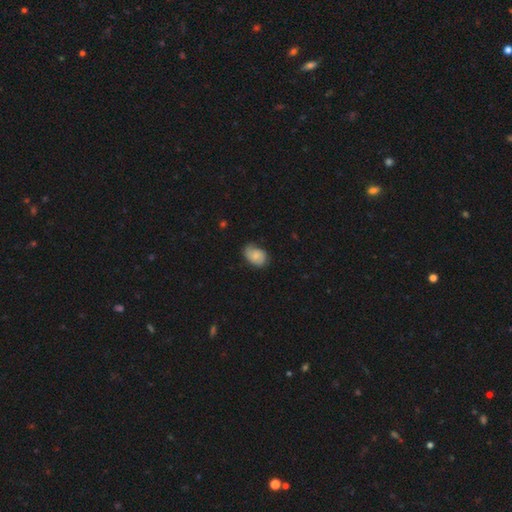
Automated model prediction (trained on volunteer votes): Smooth or featured?
  - smooth: 72% *
  - featured or disk: 20%
  - star or artifact: 8%
How rounded?
  - in between: 79% *
  - round: 20%
  - cigar-shaped: 1%
Merging?
  - none: 61% *
  - minor disturbance: 31%
  - major disturbance: 7%
  - merger: 1%